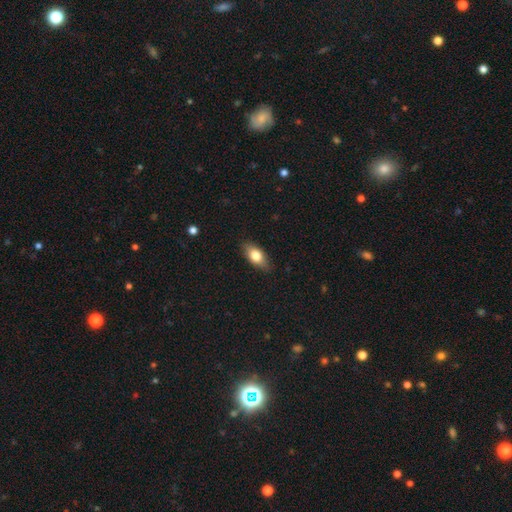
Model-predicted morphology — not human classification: Smooth or featured? smooth (75%)
How rounded? in between (85%)
Merging? none (86%)